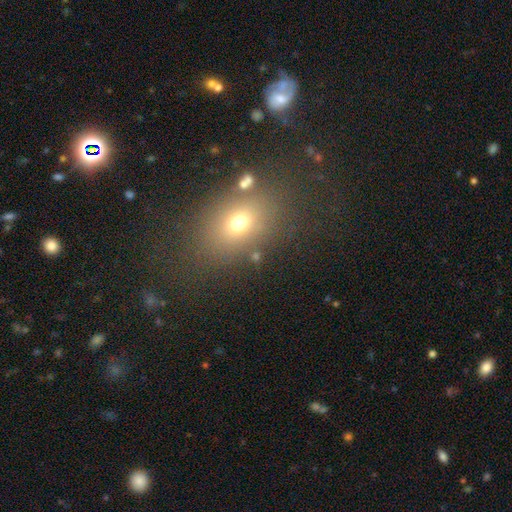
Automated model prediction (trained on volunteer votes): Smooth or featured?
  - smooth: 66% *
  - star or artifact: 20%
  - featured or disk: 14%
How rounded?
  - in between: 68% *
  - round: 29%
  - cigar-shaped: 3%
Merging?
  - none: 74% *
  - minor disturbance: 12%
  - major disturbance: 7%
  - merger: 7%